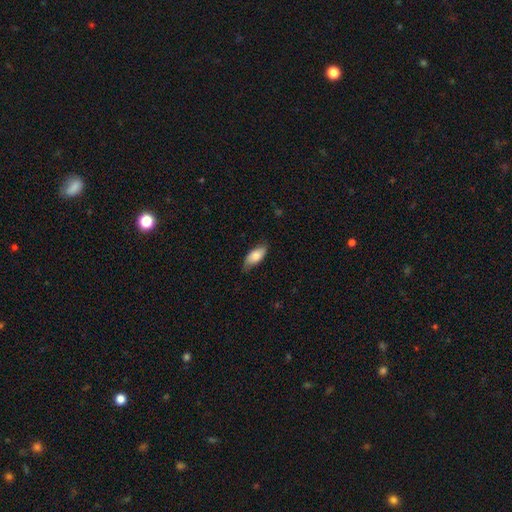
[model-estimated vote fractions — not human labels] Smooth or featured? smooth (79%)
How rounded? in between (88%)
Merging? none (70%)